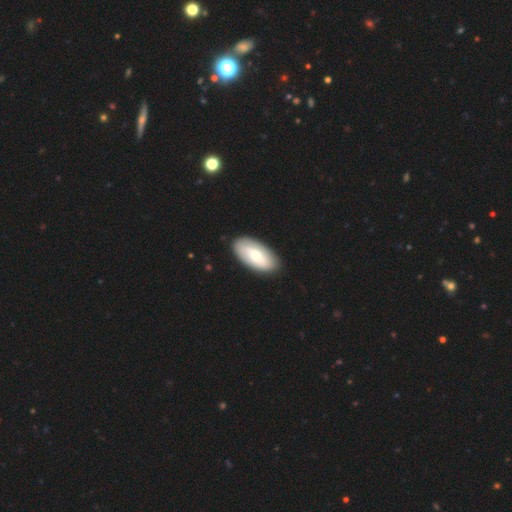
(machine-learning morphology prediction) Overall: smooth (65%; featured or disk 30%). How rounded: in between (93%). Merging: none (87%).